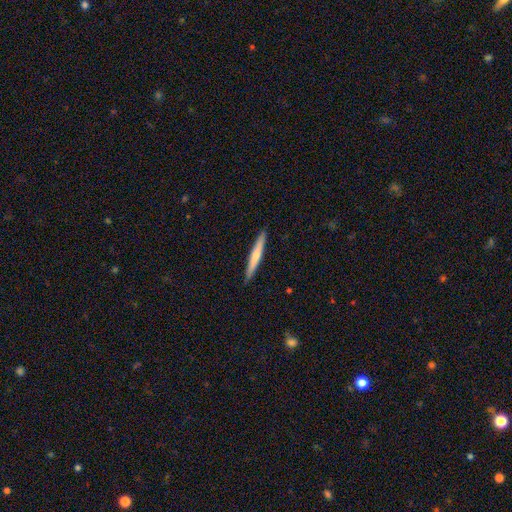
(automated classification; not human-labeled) Q: Smooth or featured?
A: smooth (59%); runner-up: featured or disk (36%)
Q: How rounded?
A: cigar-shaped (96%); runner-up: in between (3%)
Q: Merging?
A: none (91%); runner-up: minor disturbance (7%)